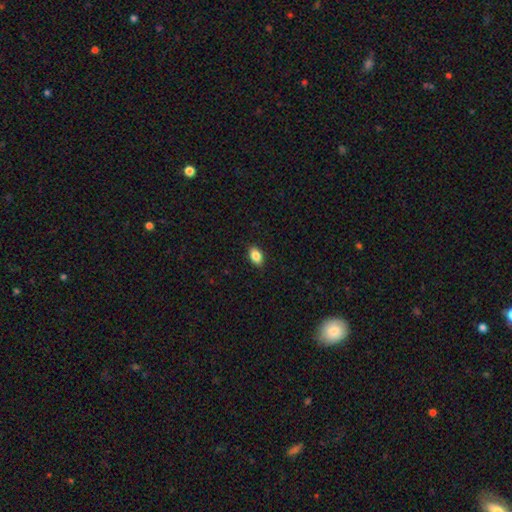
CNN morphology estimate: Smooth or featured? Predicted: smooth (p=0.86). How rounded? Predicted: in between (p=0.88). Merging? Predicted: none (p=0.89).